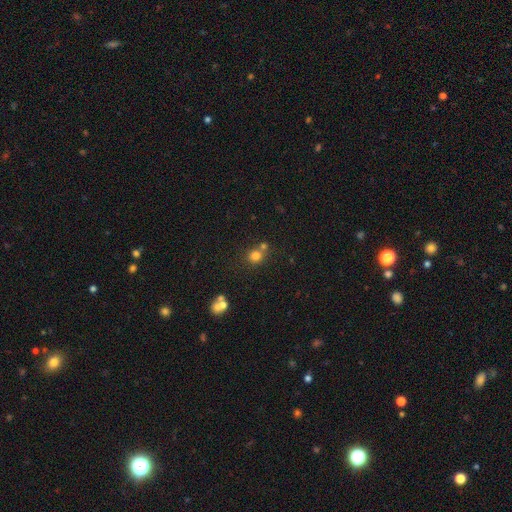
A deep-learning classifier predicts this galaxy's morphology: This is likely a smooth galaxy (77%). How rounded: clearly round (85%). Merging: possibly none (59%).